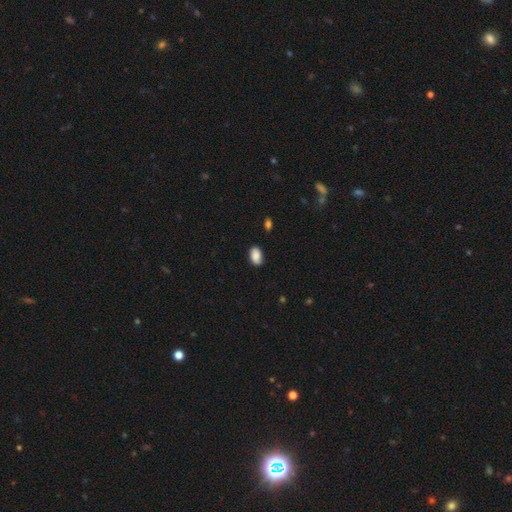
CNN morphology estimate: Q: Smooth or featured?
A: smooth (84%); runner-up: featured or disk (8%)
Q: How rounded?
A: in between (91%); runner-up: round (7%)
Q: Merging?
A: none (84%); runner-up: minor disturbance (13%)